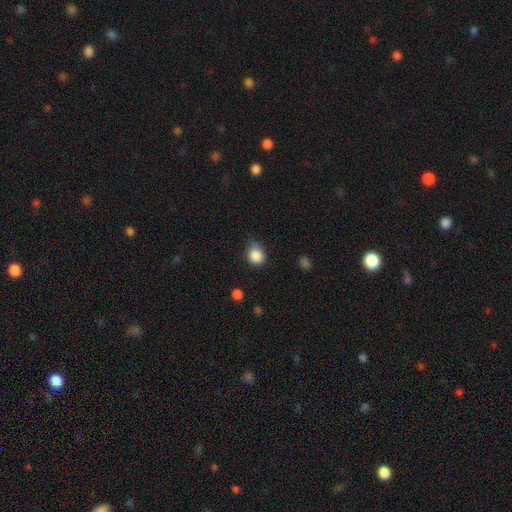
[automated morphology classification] Smooth or featured? smooth (86%)
How rounded? round (67%)
Merging? none (58%)